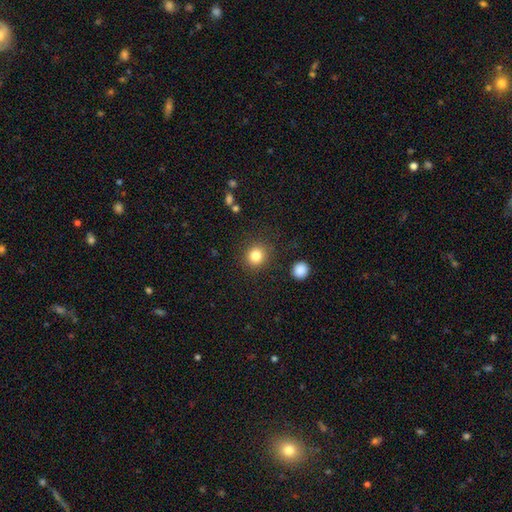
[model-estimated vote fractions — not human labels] This appears to be a smooth galaxy with no disk features (82%) that is round (88%). Merging: none (87%).